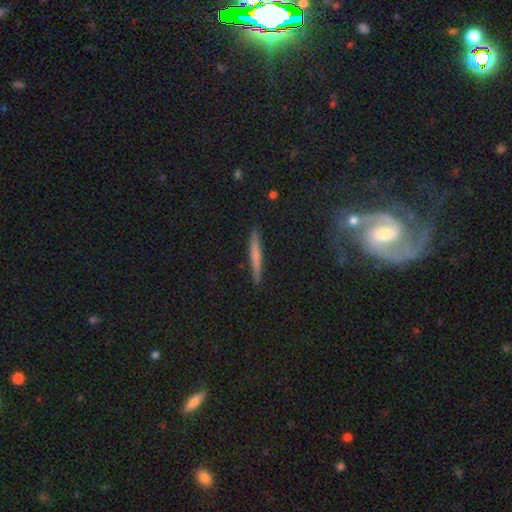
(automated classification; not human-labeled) smooth-or-featured: smooth: 64% | featured or disk: 29% | star or artifact: 7%
  how-rounded: cigar-shaped: 96% | in between: 3% | round: 2%
  merging: none: 90% | minor disturbance: 7% | major disturbance: 1% | merger: 1%